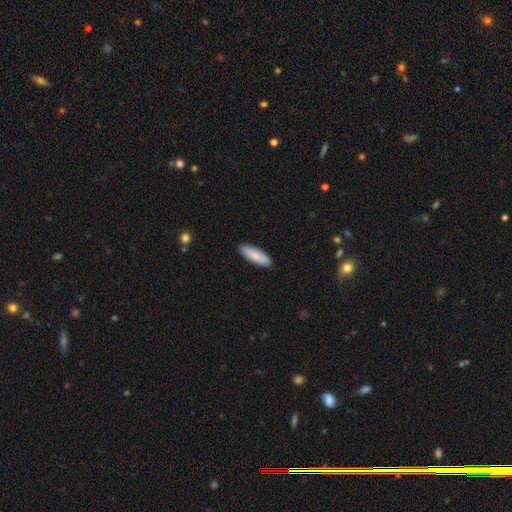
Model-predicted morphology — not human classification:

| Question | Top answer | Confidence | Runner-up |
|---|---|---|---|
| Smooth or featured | smooth | 83% | featured or disk (11%) |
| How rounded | in between | 53% | cigar-shaped (45%) |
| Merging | none | 89% | minor disturbance (8%) |